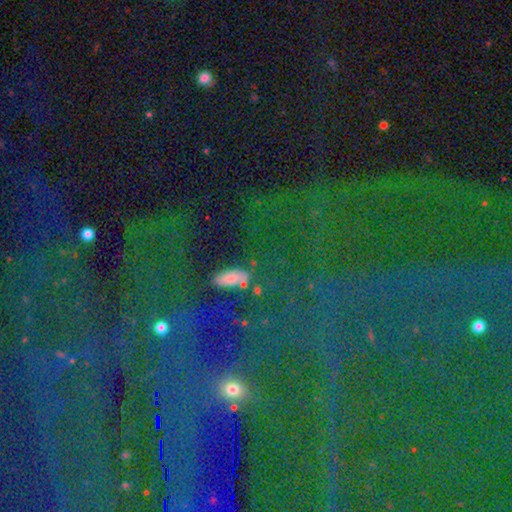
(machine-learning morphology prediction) A star or artifact, not a galaxy (66%).

Vote fractions:
- Smooth or featured? star or artifact: 66% / smooth: 20% / featured or disk: 14%